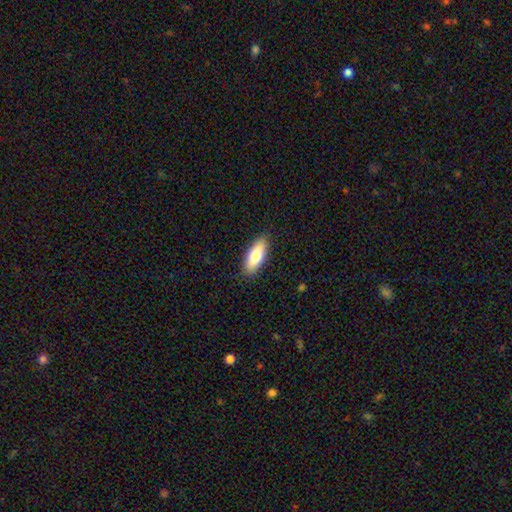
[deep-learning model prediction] Morphology: type=smooth (75%); roundness=in between (72%); merging=none (88%).